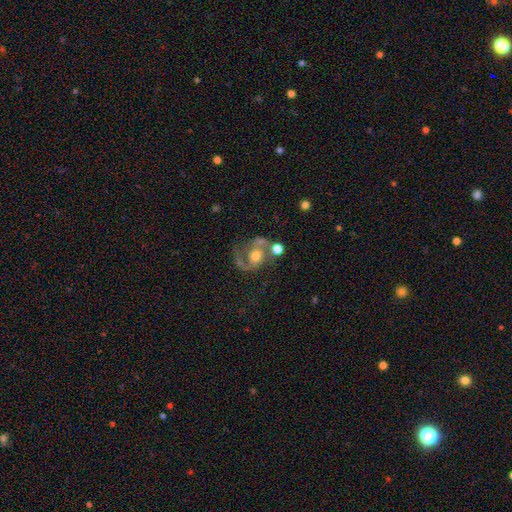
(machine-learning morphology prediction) This is likely a featured or disk galaxy (73%). It is clearly not viewed edge-on (98%). Bar: likely no (71%). Spiral arm pattern: clearly yes (87%). Spiral arm count: likely 2 (75%). Spiral winding: possibly medium (51%). Central bulge: likely moderate (62%). Merging: possibly none (45%).